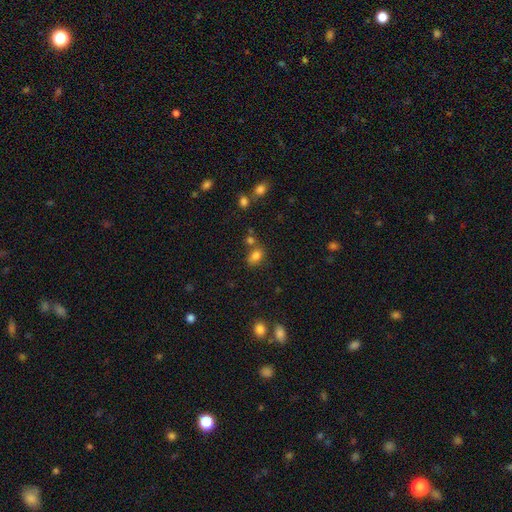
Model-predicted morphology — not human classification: Smooth or featured: smooth — 80% (star or artifact — 13%)
How rounded: in between — 74% (round — 24%)
Merging: none — 58% (merger — 20%)